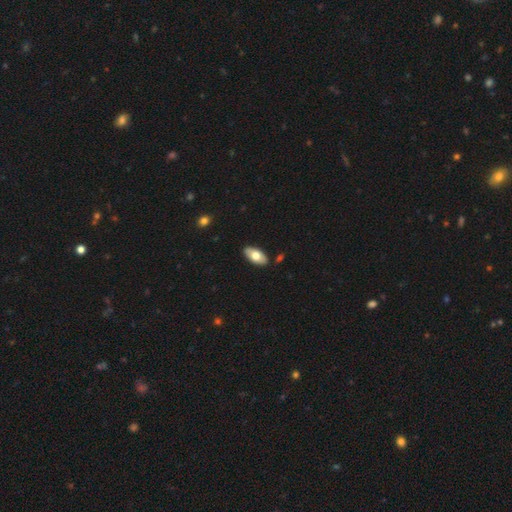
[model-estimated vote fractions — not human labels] Smooth or featured?
  - smooth: 69% *
  - featured or disk: 25%
  - star or artifact: 6%
How rounded?
  - in between: 93% *
  - cigar-shaped: 5%
  - round: 2%
Merging?
  - none: 87% *
  - minor disturbance: 9%
  - major disturbance: 2%
  - merger: 2%